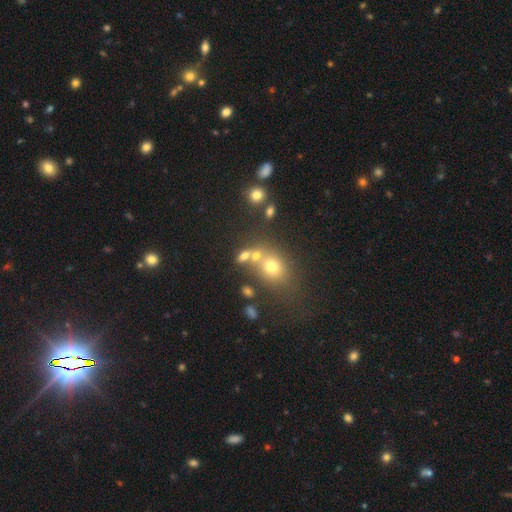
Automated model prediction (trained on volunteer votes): The model was most divided on "how rounded": in between: 49%, round: 47%, cigar-shaped: 3%. Remaining: smooth or featured — smooth (66%); merging — none (47%).